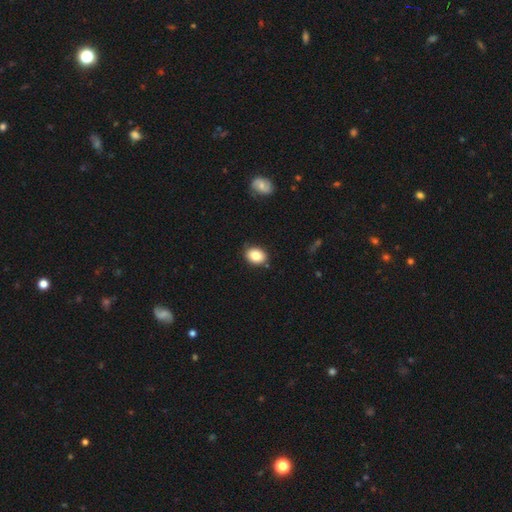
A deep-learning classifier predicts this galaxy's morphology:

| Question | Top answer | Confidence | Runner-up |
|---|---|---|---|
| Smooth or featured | smooth | 84% | star or artifact (8%) |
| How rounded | in between | 62% | round (37%) |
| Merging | none | 83% | minor disturbance (13%) |